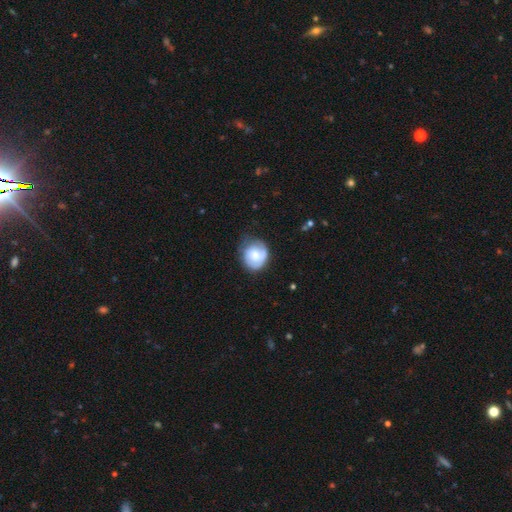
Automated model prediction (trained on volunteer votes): Morphology: type=smooth (47%); merging=none (61%).